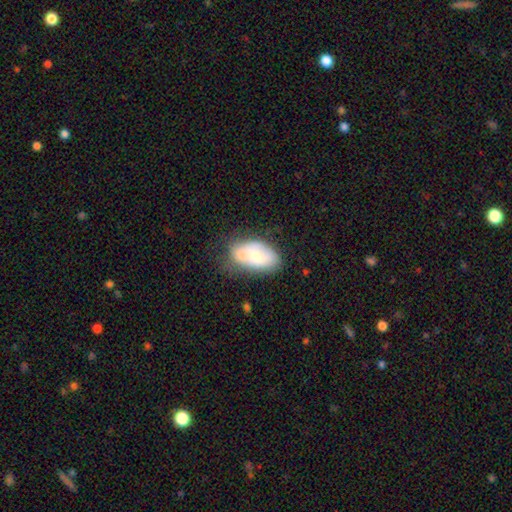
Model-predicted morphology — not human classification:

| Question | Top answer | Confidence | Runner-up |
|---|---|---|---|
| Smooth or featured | smooth | 60% | featured or disk (33%) |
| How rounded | in between | 93% | round (5%) |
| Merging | none | 52% | minor disturbance (32%) |